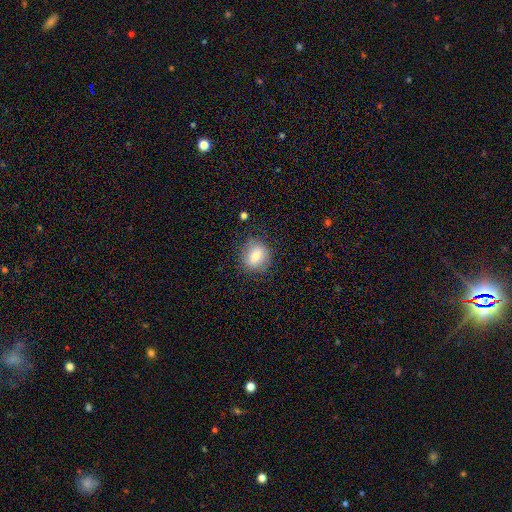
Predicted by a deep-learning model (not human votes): Morphology: type=smooth (75%); roundness=round (75%); merging=none (78%).